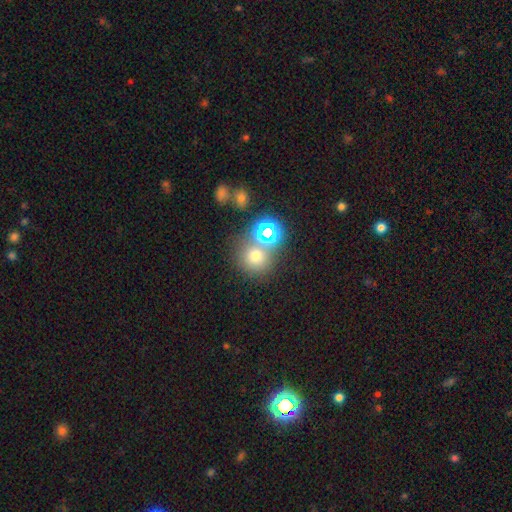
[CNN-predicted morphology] Smooth or featured? smooth (63%)
How rounded? round (88%)
Merging? none (66%)